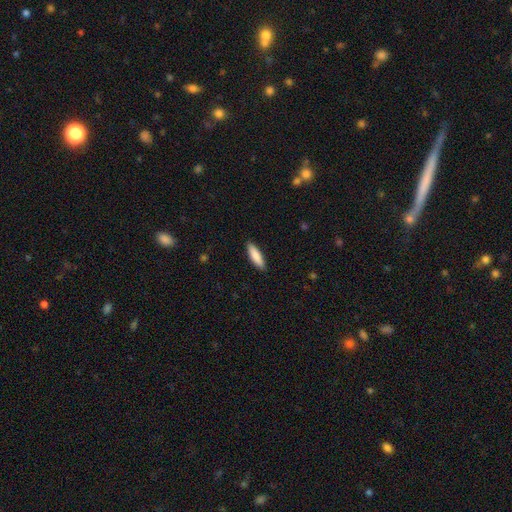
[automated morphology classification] Smooth or featured: smooth — 84% (featured or disk — 10%)
How rounded: cigar-shaped — 65% (in between — 34%)
Merging: none — 90% (minor disturbance — 7%)